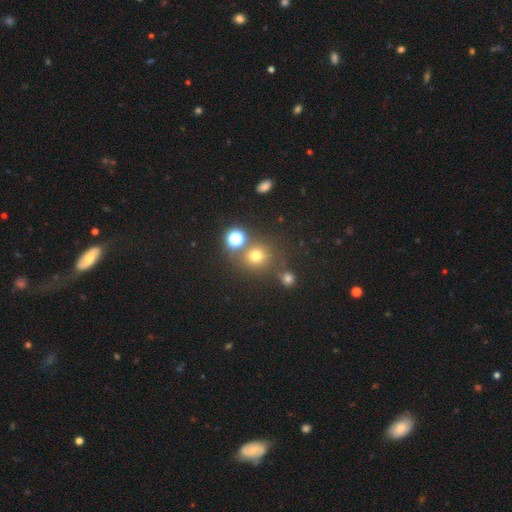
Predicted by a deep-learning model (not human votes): This is likely a smooth galaxy (68%). How rounded: clearly round (89%). Merging: likely none (72%).